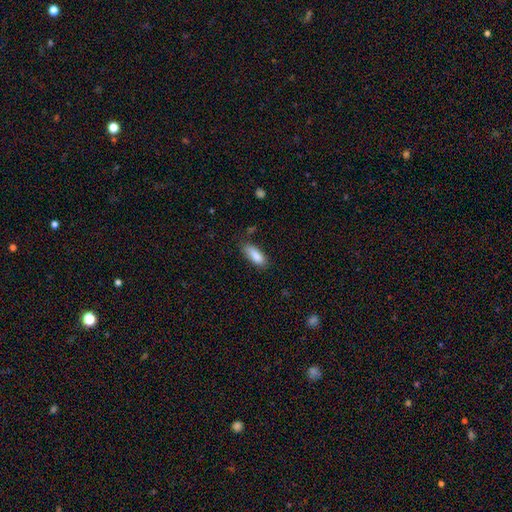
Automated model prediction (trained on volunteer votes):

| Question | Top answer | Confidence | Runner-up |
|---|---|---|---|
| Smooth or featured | smooth | 87% | star or artifact (7%) |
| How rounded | in between | 70% | cigar-shaped (28%) |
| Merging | none | 71% | minor disturbance (22%) |